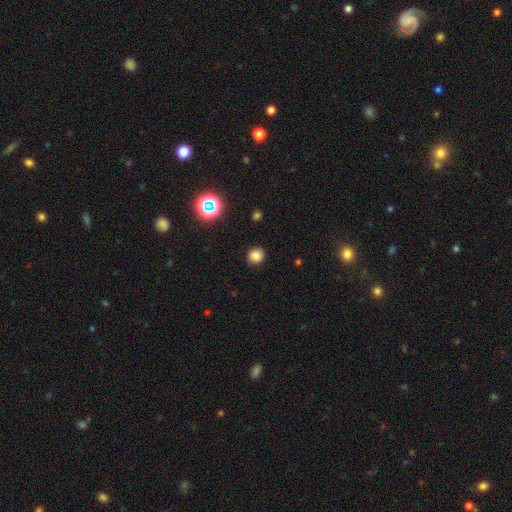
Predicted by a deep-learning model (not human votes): smooth_or_featured: smooth (p=0.80) [alt: star or artifact p=0.15]
how_rounded: round (p=0.87) [alt: in between p=0.12]
merging: none (p=0.90) [alt: minor disturbance p=0.07]